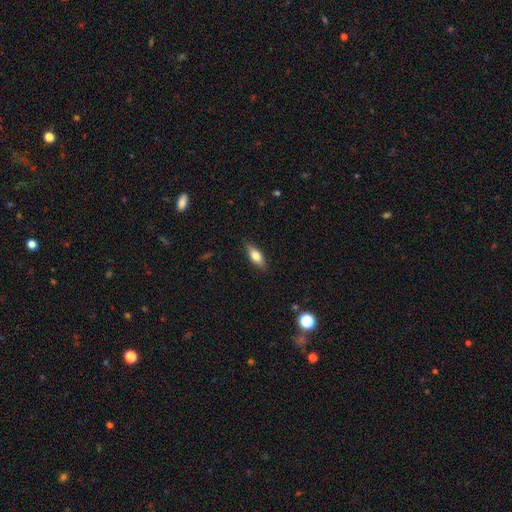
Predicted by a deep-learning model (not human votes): Smooth or featured?
  - smooth: 69% *
  - featured or disk: 24%
  - star or artifact: 7%
How rounded?
  - in between: 68% *
  - cigar-shaped: 29%
  - round: 3%
Merging?
  - none: 85% *
  - minor disturbance: 11%
  - major disturbance: 2%
  - merger: 1%